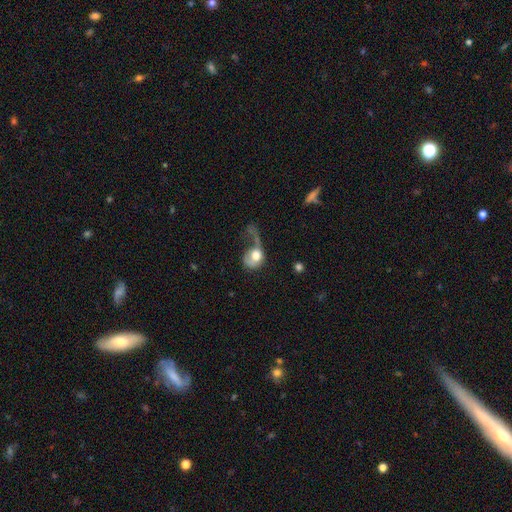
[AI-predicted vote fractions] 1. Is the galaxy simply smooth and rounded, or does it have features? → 57% smooth, 36% featured or disk, 8% star or artifact.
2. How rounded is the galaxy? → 57% round, 41% in between, 2% cigar-shaped.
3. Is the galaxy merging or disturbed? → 64% major disturbance, 14% none, 13% minor disturbance, 9% merger.